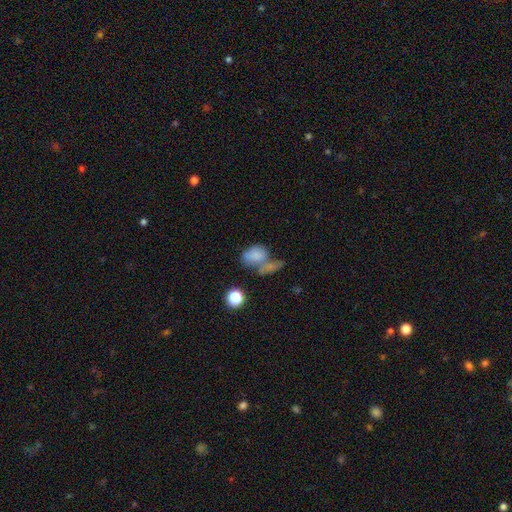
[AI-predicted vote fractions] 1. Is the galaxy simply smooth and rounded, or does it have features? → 72% smooth, 17% featured or disk, 11% star or artifact.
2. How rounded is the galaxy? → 76% in between, 22% round, 2% cigar-shaped.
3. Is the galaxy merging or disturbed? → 48% merger, 23% none, 15% major disturbance, 14% minor disturbance.